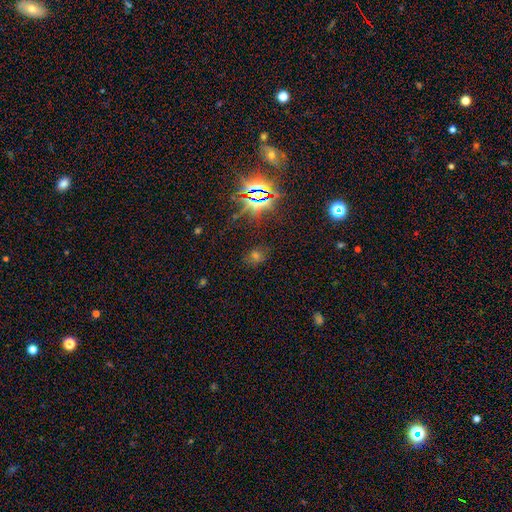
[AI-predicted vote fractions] Smooth or featured: star or artifact — 57% (smooth — 34%)